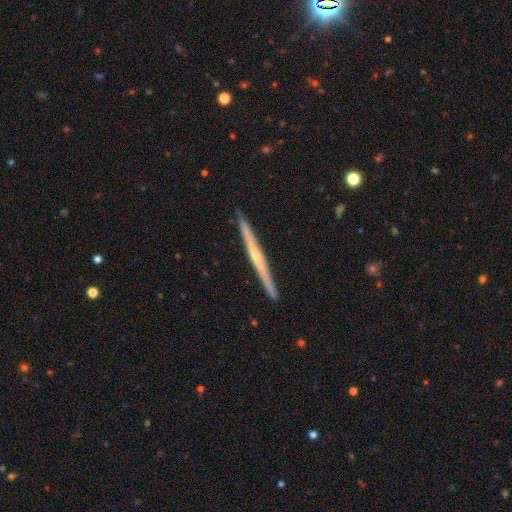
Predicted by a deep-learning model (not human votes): Smooth or featured: featured or disk — 75% (smooth — 19%)
Edge-on disk: yes — 98% (no — 2%)
Edge-on bulge: rounded — 64% (none — 29%)
Merging: none — 92% (minor disturbance — 6%)